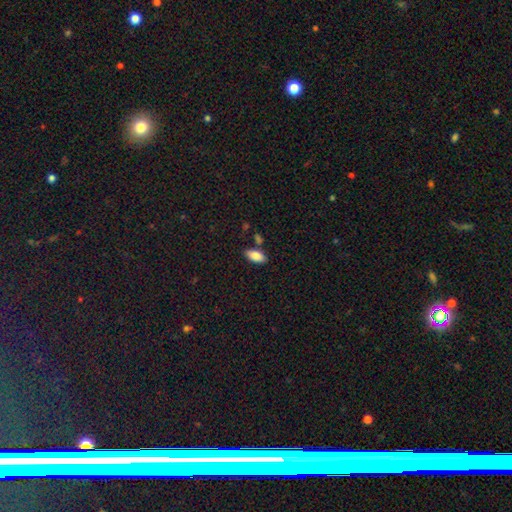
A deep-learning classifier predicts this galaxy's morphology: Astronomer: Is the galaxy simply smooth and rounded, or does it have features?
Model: smooth — 85%.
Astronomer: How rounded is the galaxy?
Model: in between — 91%.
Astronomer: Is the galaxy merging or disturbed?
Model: none — 78%.